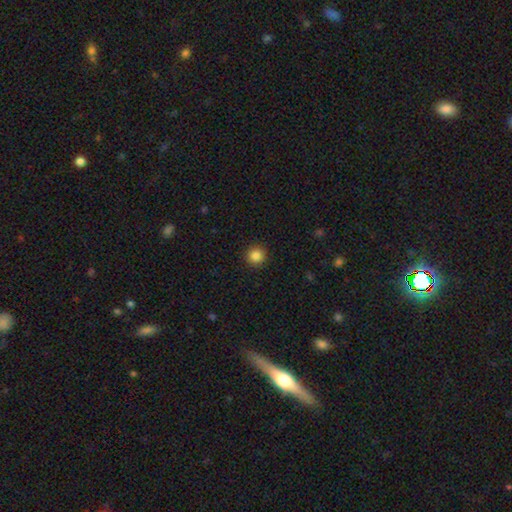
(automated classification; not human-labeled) Smooth or featured? Predicted: smooth (p=0.85). How rounded? Predicted: round (p=0.94). Merging? Predicted: none (p=0.92).